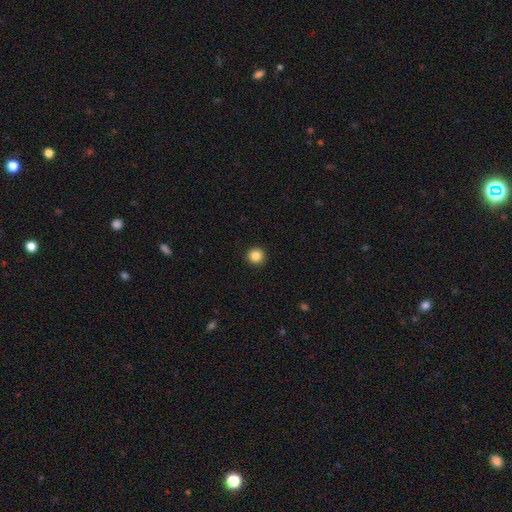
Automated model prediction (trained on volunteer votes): smooth_or_featured: smooth (p=0.85) [alt: star or artifact p=0.11]
how_rounded: round (p=0.95) [alt: in between p=0.04]
merging: none (p=0.93) [alt: minor disturbance p=0.04]